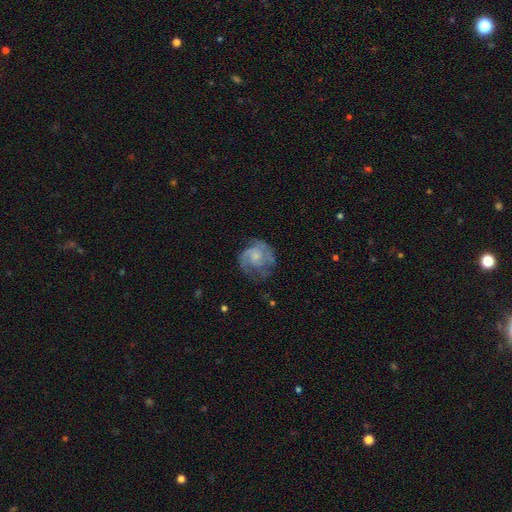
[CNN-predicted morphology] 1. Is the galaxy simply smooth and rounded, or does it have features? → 68% featured or disk, 25% smooth, 7% star or artifact.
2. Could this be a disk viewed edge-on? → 98% no, 2% yes.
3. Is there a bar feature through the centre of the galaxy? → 74% no, 23% weak, 3% strong.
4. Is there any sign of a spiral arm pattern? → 85% yes, 15% no.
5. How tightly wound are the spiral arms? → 41% medium (tied), 41% tight (tied), 18% loose.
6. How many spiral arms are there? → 42% 2, 25% can't tell, 14% 3, 12% 1, 3% 4, 3% more than 4.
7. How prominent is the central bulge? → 56% small, 26% moderate, 13% none, 3% large, 1% dominant.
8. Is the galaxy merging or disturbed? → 53% none, 24% minor disturbance, 22% major disturbance, 2% merger.